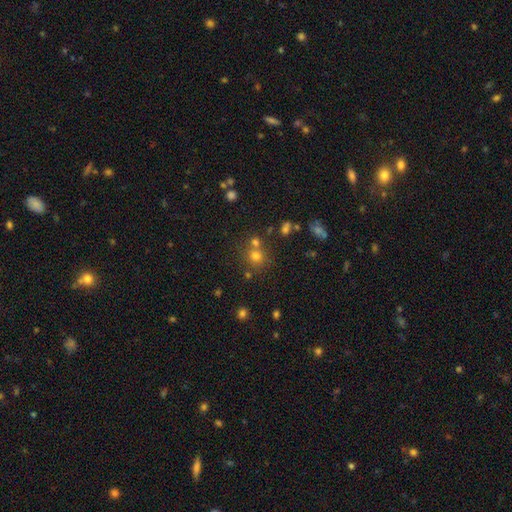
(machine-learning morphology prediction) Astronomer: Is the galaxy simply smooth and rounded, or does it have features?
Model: smooth — 68%.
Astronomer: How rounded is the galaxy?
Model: round — 87%.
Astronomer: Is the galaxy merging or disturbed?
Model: none — 60%.